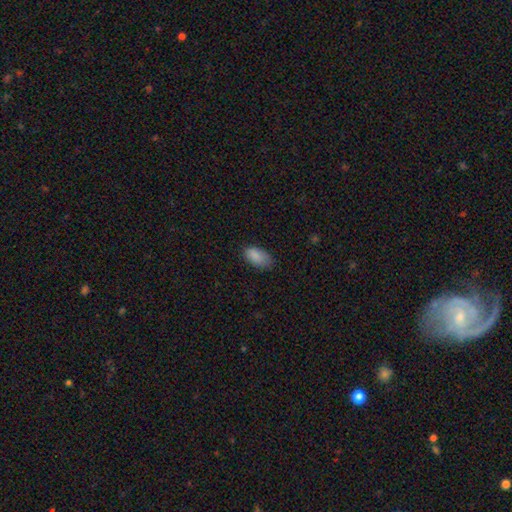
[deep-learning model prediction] This appears to be a smooth galaxy with no disk features (87%) that is in between round and cigar-shaped (94%). Merging: none (69%).